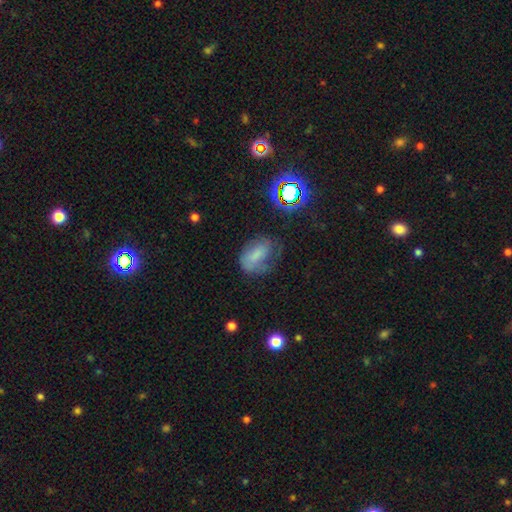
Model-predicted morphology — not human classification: Q: Smooth or featured?
A: smooth (54%); runner-up: featured or disk (30%)
Q: How rounded?
A: in between (80%); runner-up: round (18%)
Q: Merging?
A: none (40%); runner-up: minor disturbance (30%)